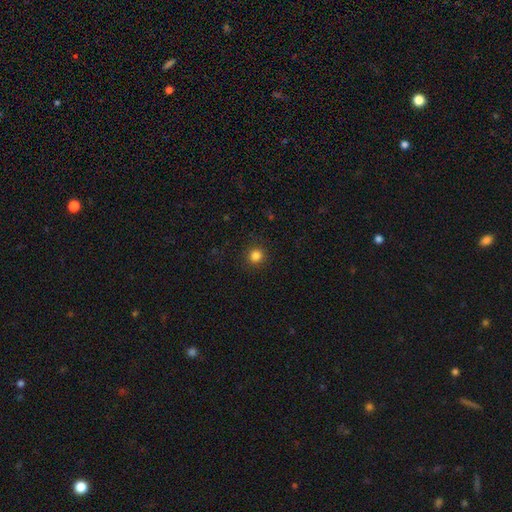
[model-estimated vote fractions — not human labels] A smooth galaxy with no disk features (84%) that is round (93%). Merging: none (91%).